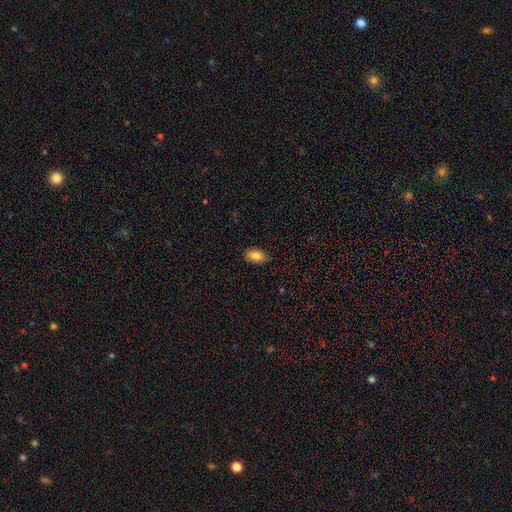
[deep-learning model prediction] Morphology: type=smooth (82%); roundness=in between (89%); merging=none (84%).